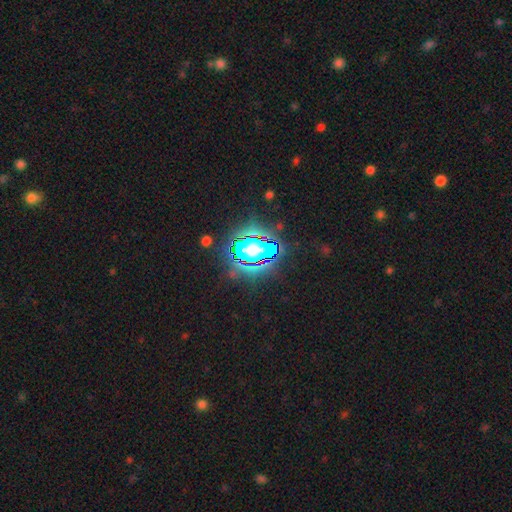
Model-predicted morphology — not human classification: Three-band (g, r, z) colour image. It shows a star or artifact, not a galaxy (81%).